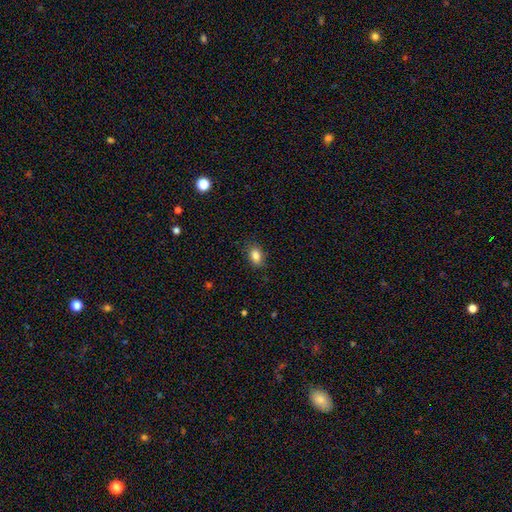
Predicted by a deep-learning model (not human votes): A smooth galaxy with no disk features (85%) that is in between round and cigar-shaped (80%).

Vote fractions:
- Smooth or featured? smooth: 85% / star or artifact: 9% / featured or disk: 6%
- How rounded? in between: 80% / round: 19% / cigar-shaped: 2%
- Merging? none: 84% / minor disturbance: 12% / major disturbance: 3% / merger: 1%